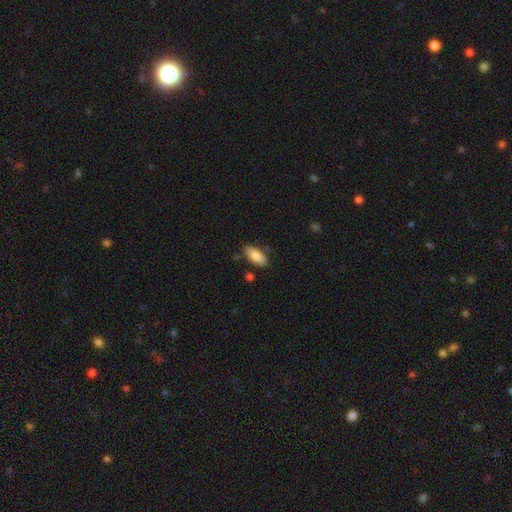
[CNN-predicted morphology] The model was most divided on "merging": none: 81%, minor disturbance: 13%, merger: 3%, major disturbance: 3%. More confident: how rounded — in between (88%); smooth or featured — smooth (84%).